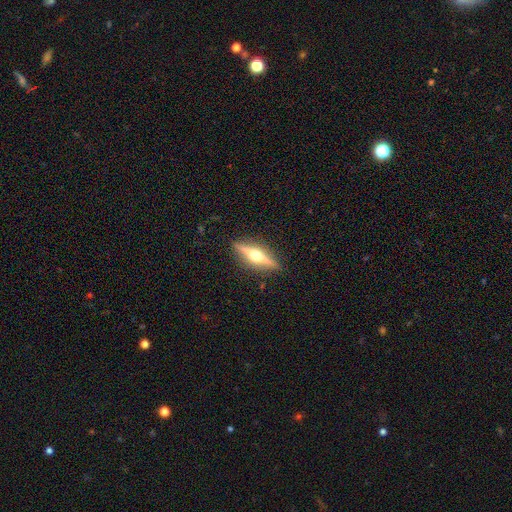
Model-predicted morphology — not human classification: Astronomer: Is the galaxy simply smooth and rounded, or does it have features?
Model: featured or disk — 76%.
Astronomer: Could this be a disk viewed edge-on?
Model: yes — 97%.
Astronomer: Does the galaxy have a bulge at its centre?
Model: rounded — 96%.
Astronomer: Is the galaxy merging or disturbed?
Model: none — 90%.